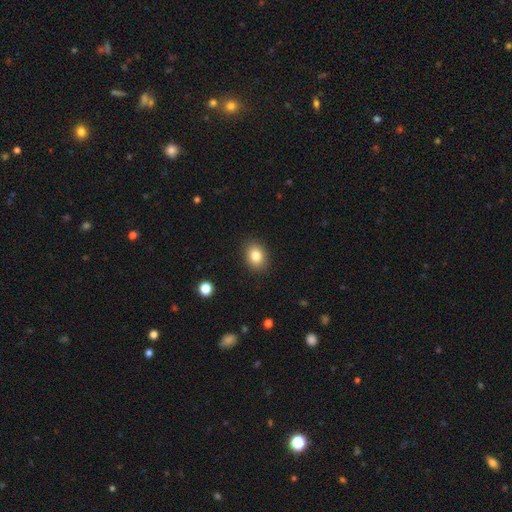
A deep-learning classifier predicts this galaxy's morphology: Smooth or featured? Predicted: smooth (p=0.83). How rounded? Predicted: in between (p=0.59). Merging? Predicted: none (p=0.89).